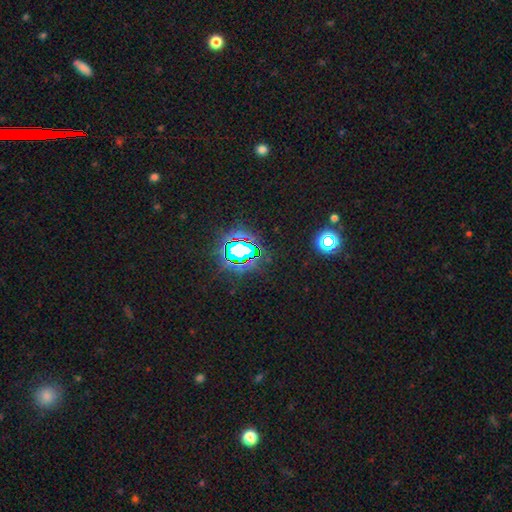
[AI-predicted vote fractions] Smooth or featured: star or artifact — 81% (smooth — 12%)